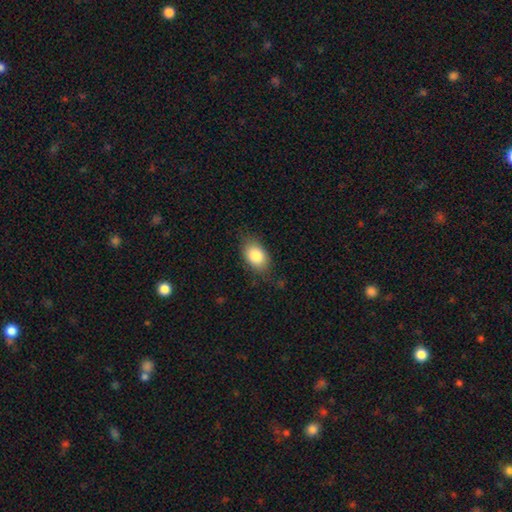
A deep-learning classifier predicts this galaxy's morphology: Q: Smooth or featured?
A: smooth (83%); runner-up: featured or disk (10%)
Q: How rounded?
A: in between (85%); runner-up: round (14%)
Q: Merging?
A: none (75%); runner-up: minor disturbance (19%)